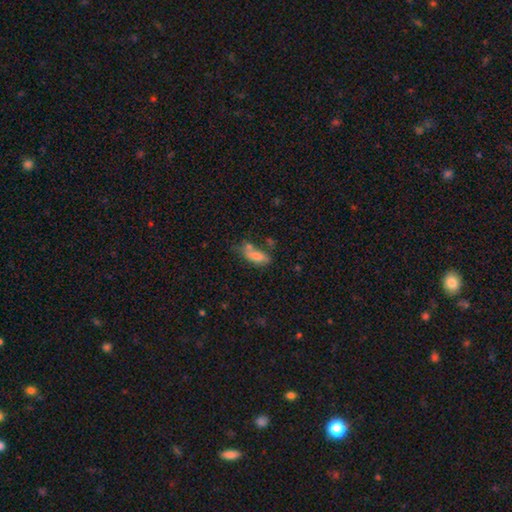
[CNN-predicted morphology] Smooth or featured? smooth (76%)
How rounded? in between (72%)
Merging? none (41%)